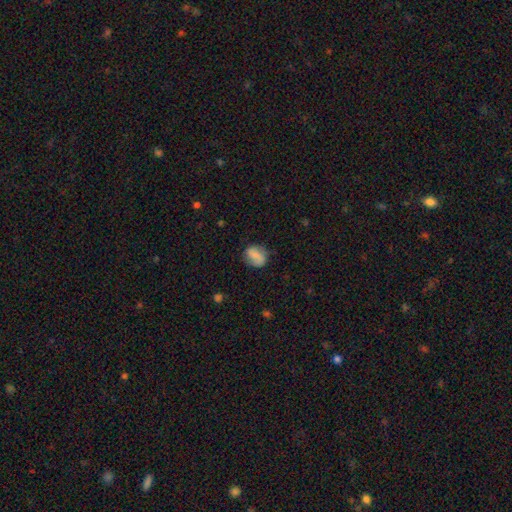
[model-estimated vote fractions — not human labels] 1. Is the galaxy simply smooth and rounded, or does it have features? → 63% smooth, 29% featured or disk, 8% star or artifact.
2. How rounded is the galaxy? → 52% round, 46% in between, 2% cigar-shaped.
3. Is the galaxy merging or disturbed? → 76% none, 17% minor disturbance, 5% major disturbance, 1% merger.